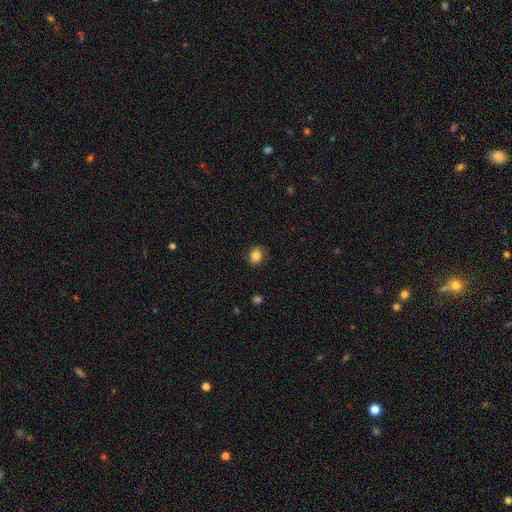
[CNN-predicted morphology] smooth-or-featured: smooth: 84% | star or artifact: 9% | featured or disk: 6%
  how-rounded: round: 54% | in between: 45% | cigar-shaped: 1%
  merging: none: 80% | minor disturbance: 15% | major disturbance: 4% | merger: 1%